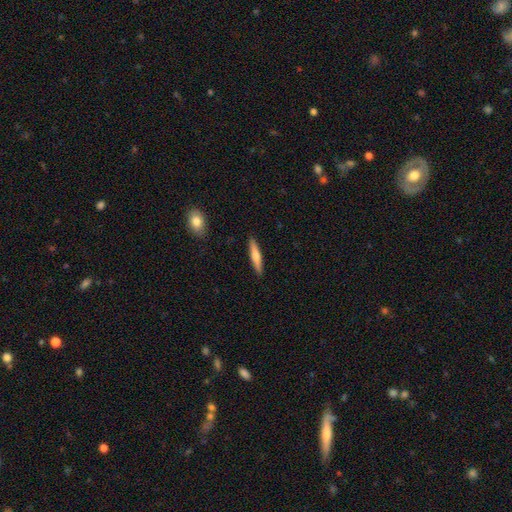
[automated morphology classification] Q: Smooth or featured?
A: smooth (63%); runner-up: featured or disk (31%)
Q: How rounded?
A: cigar-shaped (90%); runner-up: in between (8%)
Q: Merging?
A: none (91%); runner-up: minor disturbance (7%)